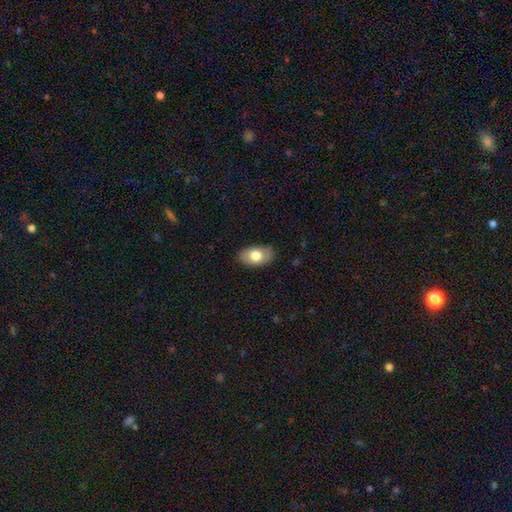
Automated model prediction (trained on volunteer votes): Smooth or featured? Predicted: smooth (p=0.69). How rounded? Predicted: in between (p=0.90). Merging? Predicted: none (p=0.81).